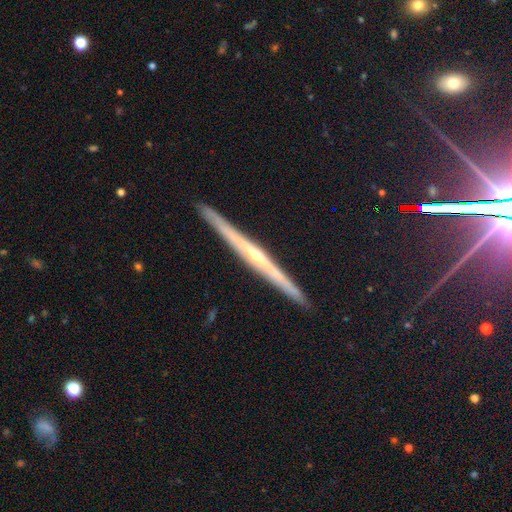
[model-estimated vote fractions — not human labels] This is likely a featured or disk galaxy (79%). It is clearly viewed edge-on (98%). Edge-on bulge: likely rounded (66%). Merging: clearly none (92%).